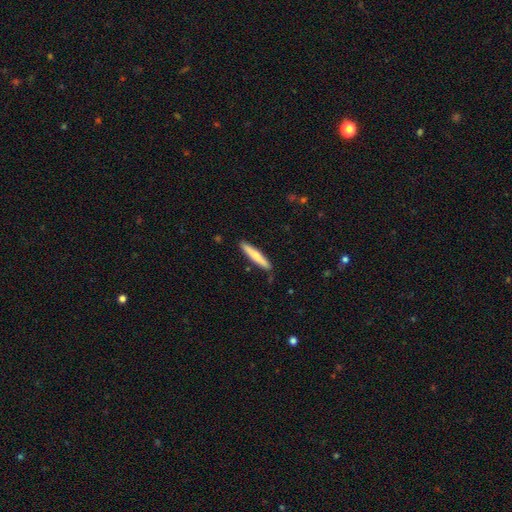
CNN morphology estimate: Smooth or featured? smooth (70%)
How rounded? cigar-shaped (92%)
Merging? none (87%)